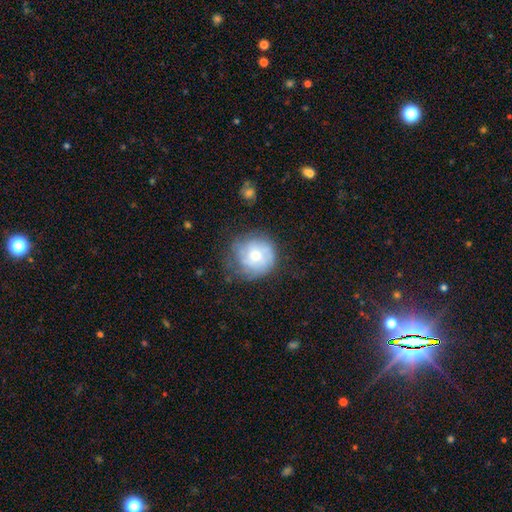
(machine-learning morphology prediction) A featured or disk galaxy (47%).

Vote fractions:
- Smooth or featured? featured or disk: 47% / smooth: 45% / star or artifact: 8%
- Merging? none: 64% / minor disturbance: 23% / major disturbance: 11% / merger: 2%